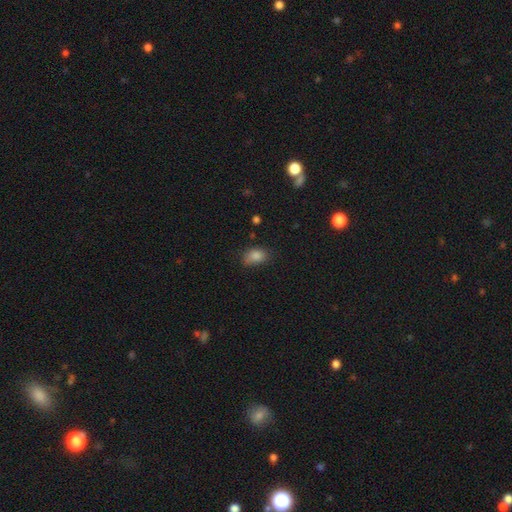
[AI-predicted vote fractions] Smooth or featured: smooth — 84% (star or artifact — 10%)
How rounded: in between — 78% (round — 21%)
Merging: none — 65% (minor disturbance — 26%)